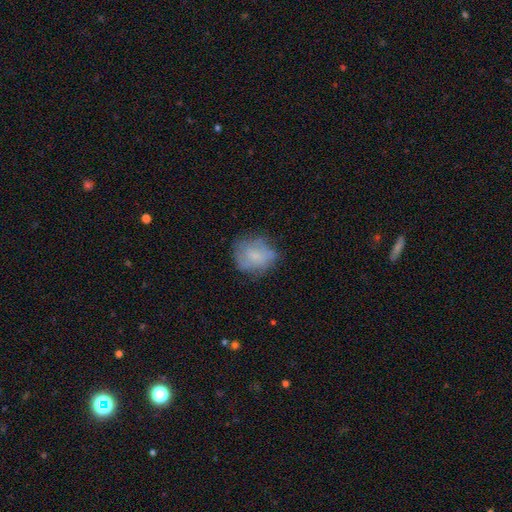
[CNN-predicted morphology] Overall: smooth (51%; featured or disk 41%). How rounded: round (73%). Merging: none (66%).